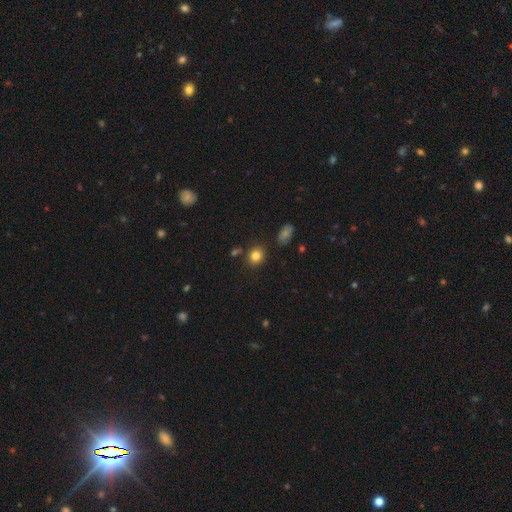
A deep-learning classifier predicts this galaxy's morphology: The model was most divided on "how rounded": round: 74%, in between: 25%, cigar-shaped: 1%. More confident: merging — none (82%); smooth or featured — smooth (82%).